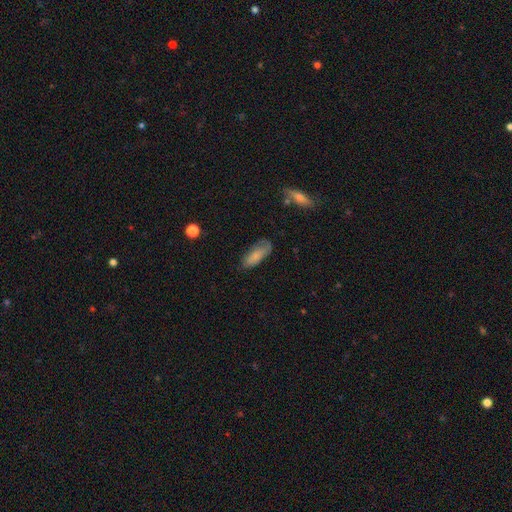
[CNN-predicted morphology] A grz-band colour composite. It shows a smooth galaxy with no disk features (75%) that is in between round and cigar-shaped (78%). Merging: none (60%).